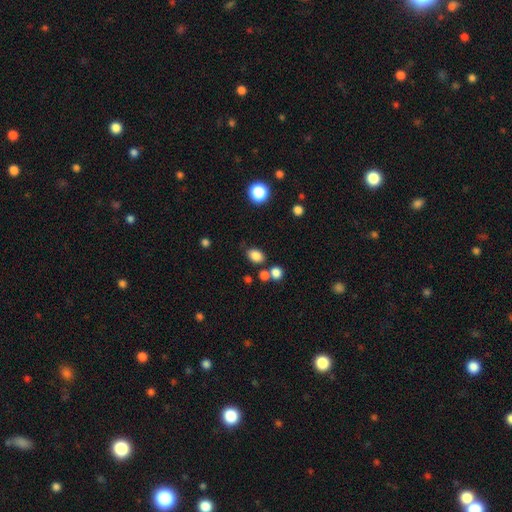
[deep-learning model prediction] A smooth galaxy with no disk features (83%) that is in between round and cigar-shaped (73%). Merging: none (71%).